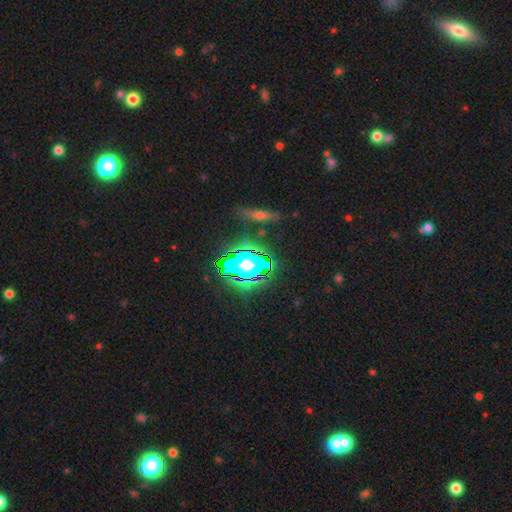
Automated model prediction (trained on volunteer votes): Smooth or featured?
  - star or artifact: 75% *
  - smooth: 14%
  - featured or disk: 10%